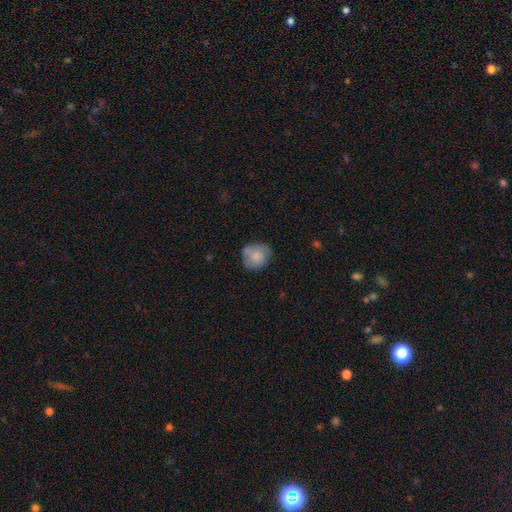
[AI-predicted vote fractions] The model was most divided on "merging": none: 57%, minor disturbance: 27%, major disturbance: 8%, merger: 8%. More confident: how rounded — round (72%); smooth or featured — smooth (72%).